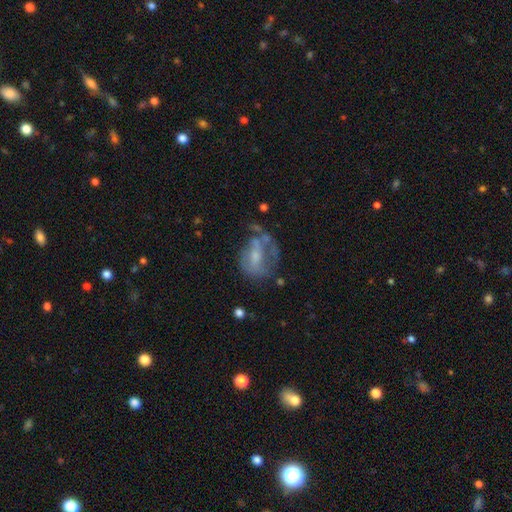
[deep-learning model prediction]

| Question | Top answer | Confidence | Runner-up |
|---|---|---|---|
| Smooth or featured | featured or disk | 60% | smooth (29%) |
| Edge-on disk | no | 96% | yes (4%) |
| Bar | no | 48% | weak (39%) |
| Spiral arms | yes | 50% | tied: no (50%) |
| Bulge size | small | 42% | moderate (36%) |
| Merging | none | 35% | major disturbance (34%) |